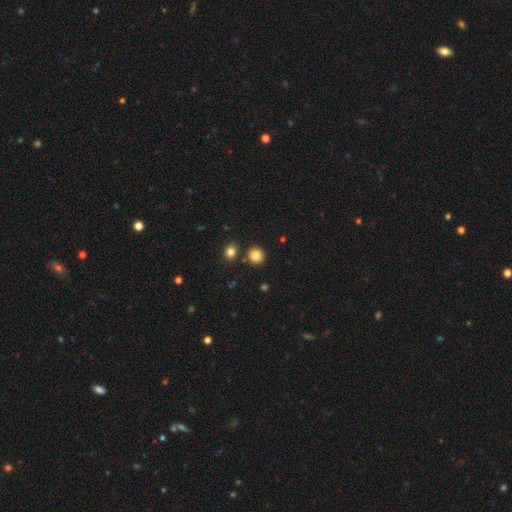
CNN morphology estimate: type=smooth (83%); roundness=round (87%); merging=none (85%).